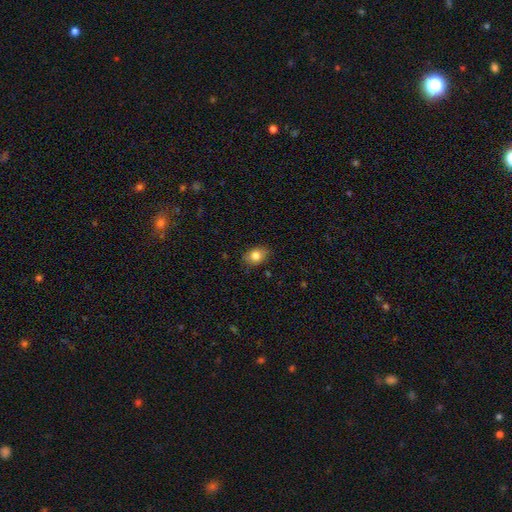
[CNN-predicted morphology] Smooth or featured? Predicted: smooth (p=0.82). How rounded? Predicted: in between (p=0.71). Merging? Predicted: none (p=0.85).